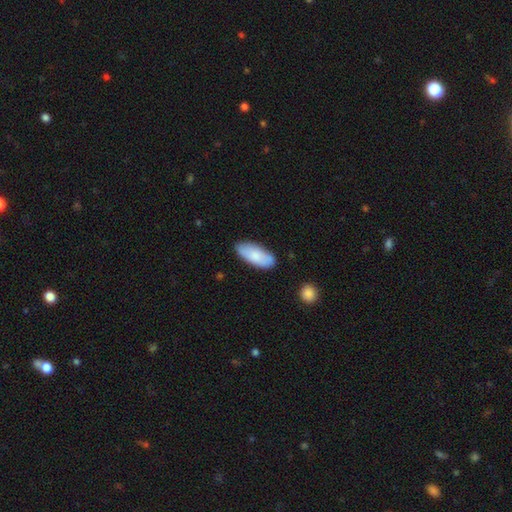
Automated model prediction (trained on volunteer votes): Smooth or featured? Predicted: smooth (p=0.80). How rounded? Predicted: in between (p=0.86). Merging? Predicted: none (p=0.80).